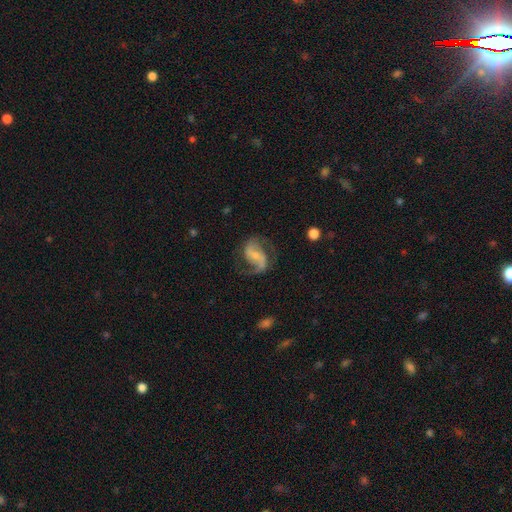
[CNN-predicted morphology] type=featured or disk (86%); edge-on=no (98%); bar=weak (46%); spiral arms=yes (96%); winding=medium (50%); arm count=2 (90%); bulge=small (54%); merging=none (70%).